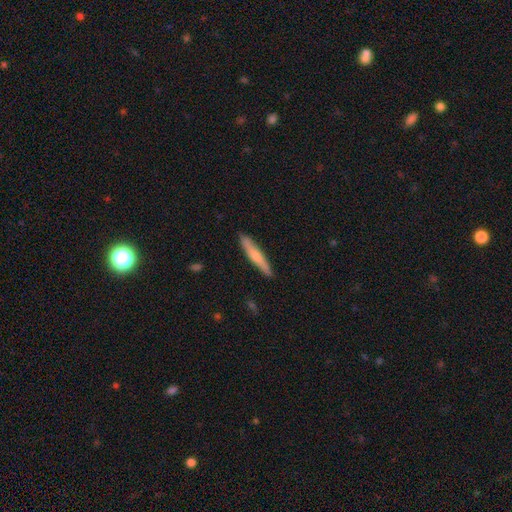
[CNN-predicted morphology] Smooth or featured? Predicted: smooth (p=0.62). How rounded? Predicted: cigar-shaped (p=0.93). Merging? Predicted: none (p=0.88).